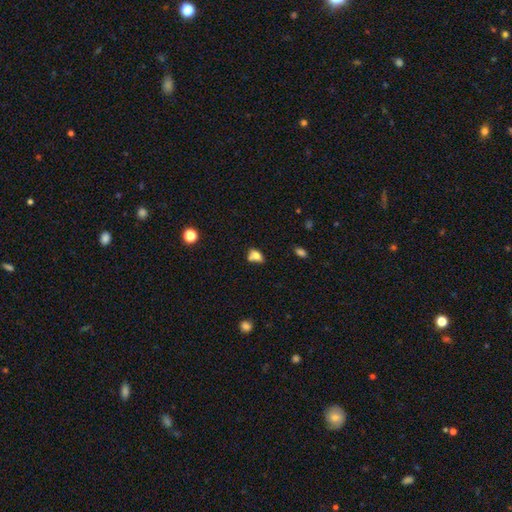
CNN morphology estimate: Smooth or featured? smooth (74%)
How rounded? in between (75%)
Merging? merger (40%)